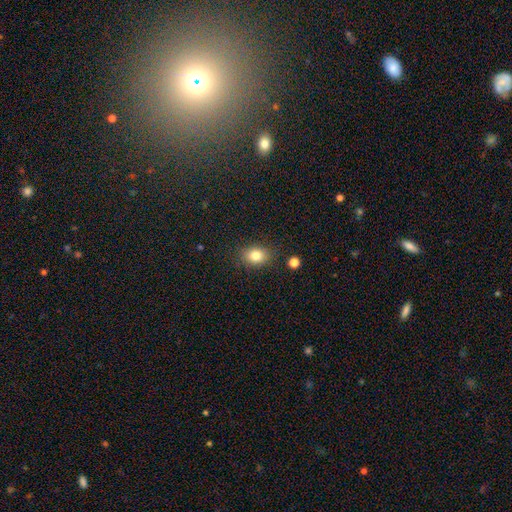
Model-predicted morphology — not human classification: smooth-or-featured: smooth: 82% | star or artifact: 10% | featured or disk: 8%
  how-rounded: in between: 61% | round: 38% | cigar-shaped: 1%
  merging: none: 83% | minor disturbance: 11% | major disturbance: 3% | merger: 2%